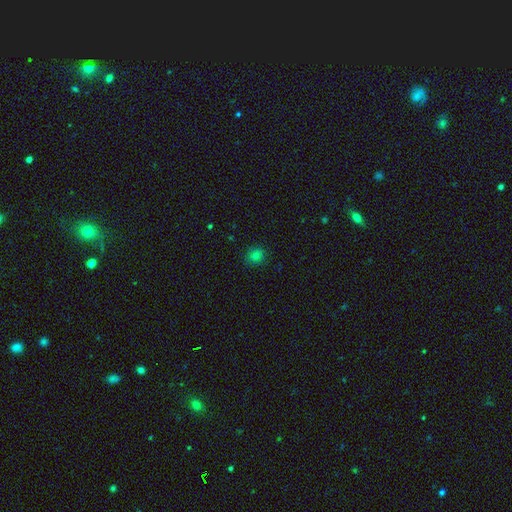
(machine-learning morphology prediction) Smooth or featured? Predicted: smooth (p=0.77). How rounded? Predicted: round (p=0.82). Merging? Predicted: none (p=0.88).